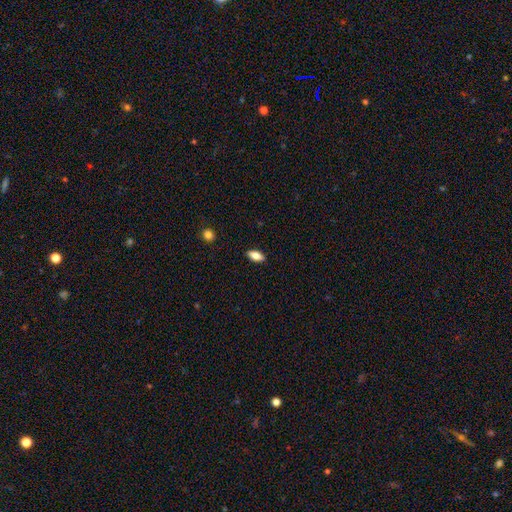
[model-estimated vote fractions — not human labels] Q: Smooth or featured?
A: smooth (77%); runner-up: featured or disk (15%)
Q: How rounded?
A: in between (85%); runner-up: cigar-shaped (12%)
Q: Merging?
A: none (88%); runner-up: minor disturbance (9%)